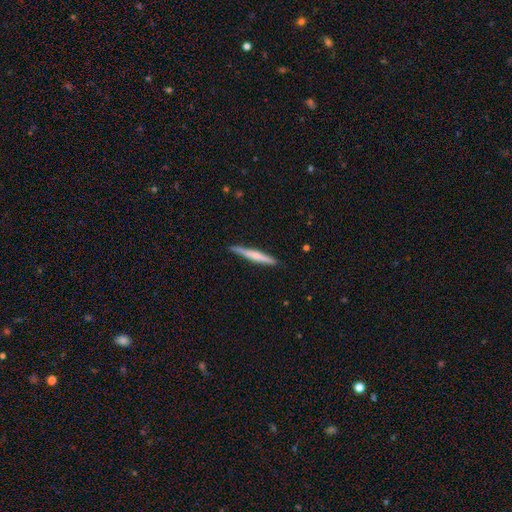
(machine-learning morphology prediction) featured or disk 48%, smooth 47%, star or artifact 5%. Down the decision tree: merging — none (86%).